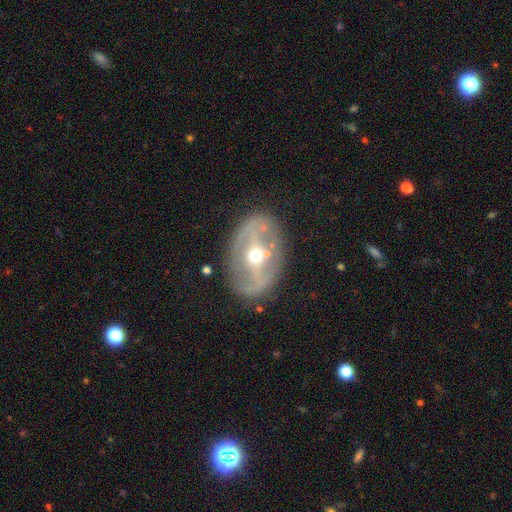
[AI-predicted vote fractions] Overall: featured or disk (78%). Edge-on disk: no (92%). Bar: strong (49%; weak 29%). Spiral arms: yes (53%; no 47%). Bulge size: moderate (70%). Merging: none (79%).